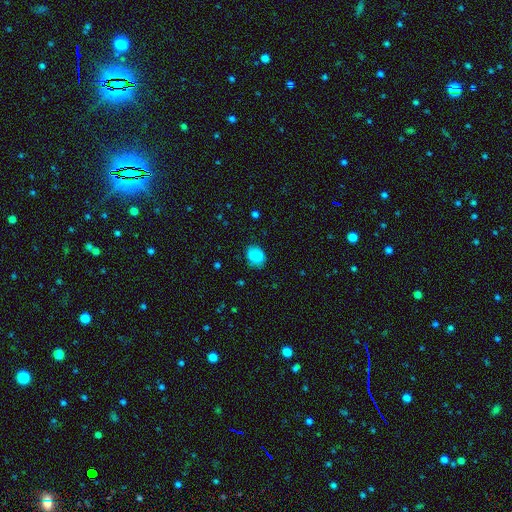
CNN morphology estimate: Smooth or featured? smooth (86%)
How rounded? in between (55%)
Merging? none (73%)